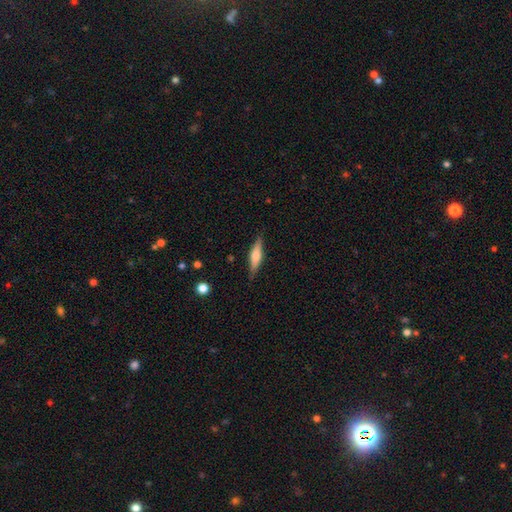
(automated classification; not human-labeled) Overall: smooth (47%, tied with featured or disk). Merging: none (84%).